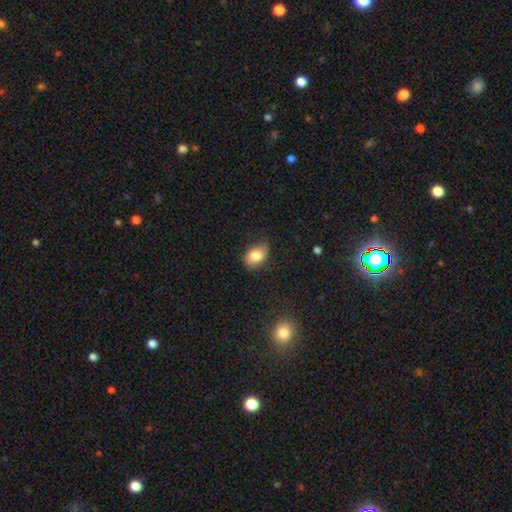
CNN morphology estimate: A smooth galaxy with no disk features (81%) that is in between round and cigar-shaped (85%).

Vote fractions:
- Smooth or featured? smooth: 81% / featured or disk: 11% / star or artifact: 8%
- How rounded? in between: 85% / round: 14% / cigar-shaped: 1%
- Merging? none: 70% / minor disturbance: 24% / major disturbance: 4% / merger: 1%